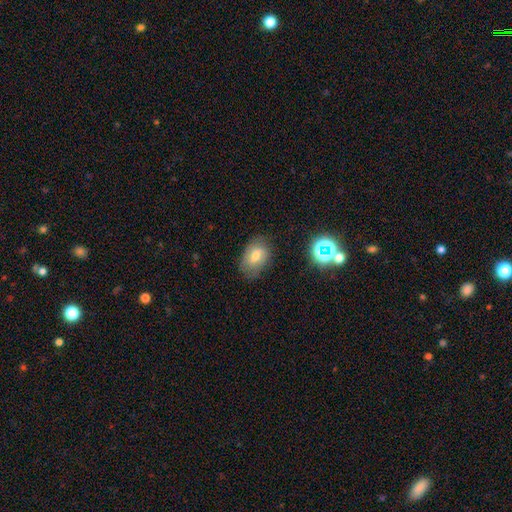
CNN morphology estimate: Smooth or featured? Predicted: smooth (p=0.67). How rounded? Predicted: in between (p=0.84). Merging? Predicted: none (p=0.71).